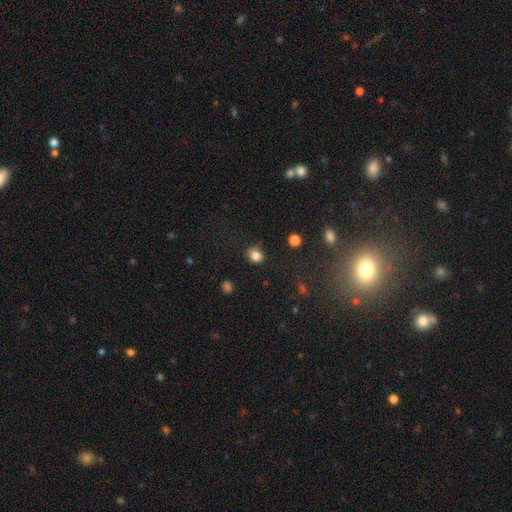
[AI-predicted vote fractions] smooth-or-featured: smooth: 82% | star or artifact: 12% | featured or disk: 6%
  how-rounded: round: 68% | in between: 31% | cigar-shaped: 1%
  merging: none: 65% | minor disturbance: 25% | major disturbance: 7% | merger: 3%